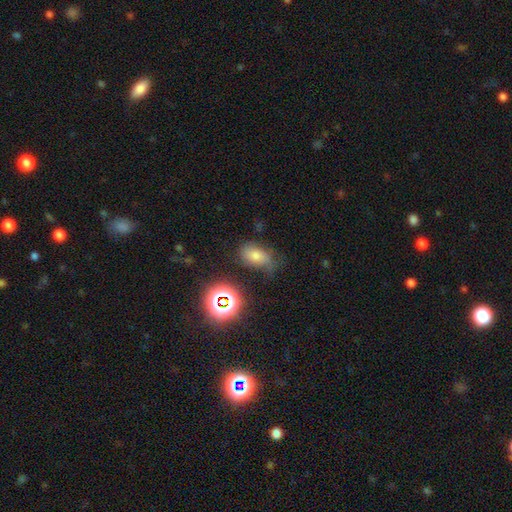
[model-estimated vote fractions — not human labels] Overall: smooth (62%; star or artifact 24%). How rounded: in between (84%). Merging: none (54%; minor disturbance 31%).